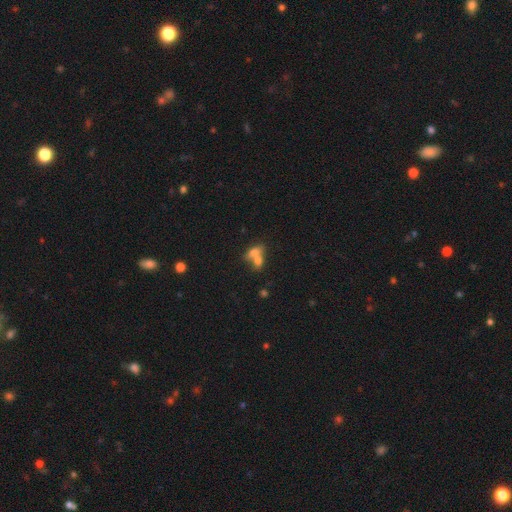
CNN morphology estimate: Smooth or featured: smooth — 68% (featured or disk — 21%)
How rounded: in between — 73% (round — 19%)
Merging: merger — 65% (none — 23%)